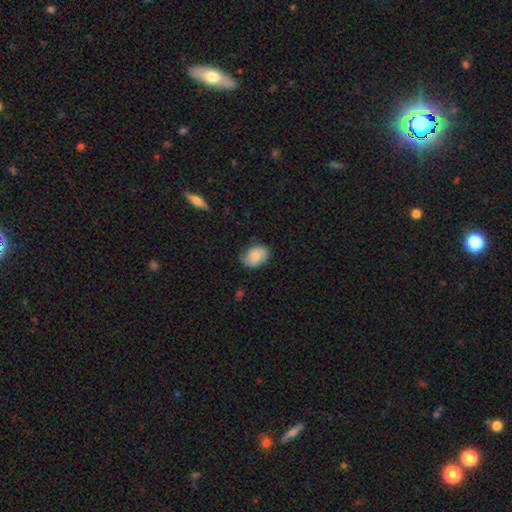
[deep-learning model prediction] smooth-or-featured: smooth: 73% | featured or disk: 20% | star or artifact: 7%
  how-rounded: in between: 81% | round: 18% | cigar-shaped: 1%
  merging: none: 74% | minor disturbance: 20% | major disturbance: 4% | merger: 1%